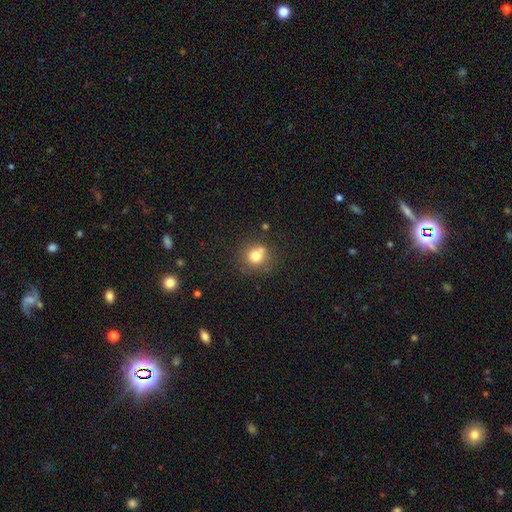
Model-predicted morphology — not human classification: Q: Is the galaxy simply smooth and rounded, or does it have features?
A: smooth — 75%.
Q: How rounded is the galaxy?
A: round — 88%.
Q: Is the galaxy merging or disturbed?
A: none — 64%.